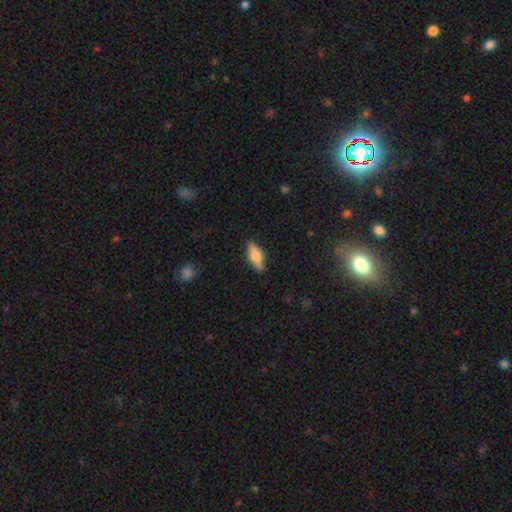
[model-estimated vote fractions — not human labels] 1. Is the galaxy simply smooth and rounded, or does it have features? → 67% smooth, 27% featured or disk, 7% star or artifact.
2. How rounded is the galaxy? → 65% in between, 32% cigar-shaped, 3% round.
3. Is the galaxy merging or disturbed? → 86% none, 11% minor disturbance, 2% major disturbance, 1% merger.